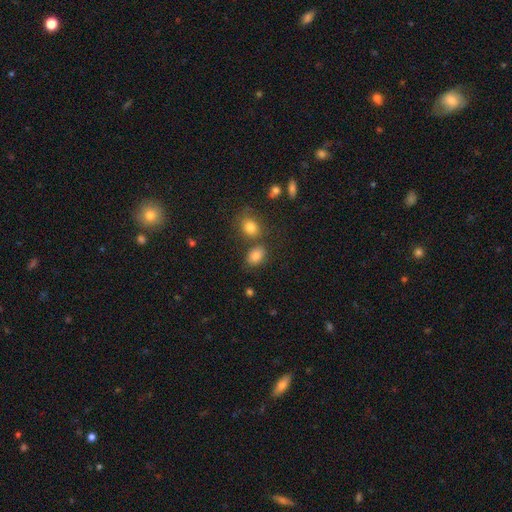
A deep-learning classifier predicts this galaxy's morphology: Smooth or featured? smooth (83%)
How rounded? in between (77%)
Merging? none (67%)